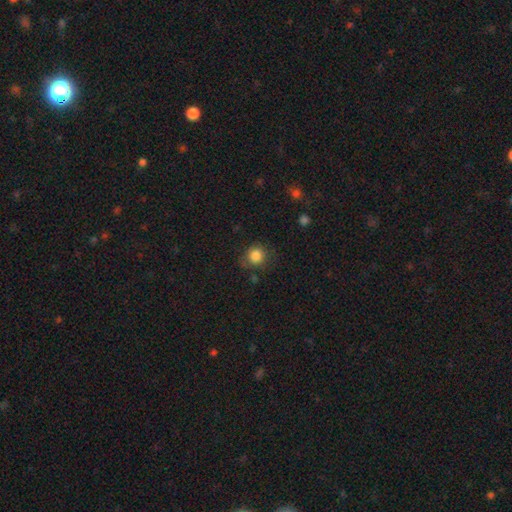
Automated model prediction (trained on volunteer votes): Smooth or featured? Predicted: smooth (p=0.84). How rounded? Predicted: round (p=0.87). Merging? Predicted: none (p=0.75).